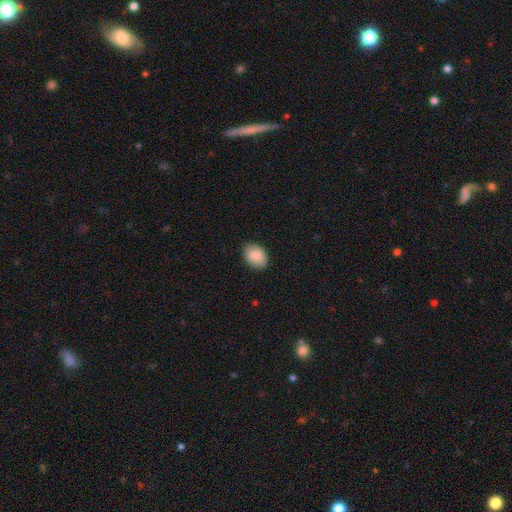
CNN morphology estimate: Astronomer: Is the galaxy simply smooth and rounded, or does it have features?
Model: smooth — 88%.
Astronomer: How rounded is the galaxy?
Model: in between — 80%.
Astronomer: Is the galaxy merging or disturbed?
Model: none — 84%.